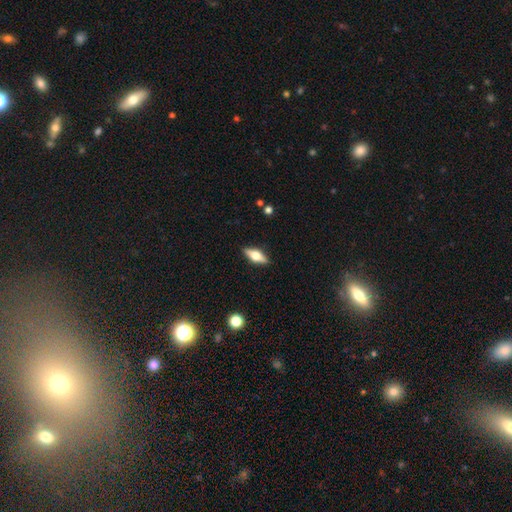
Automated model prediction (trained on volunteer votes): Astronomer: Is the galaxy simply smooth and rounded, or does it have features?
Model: featured or disk — 52% (runner-up: smooth, 41%).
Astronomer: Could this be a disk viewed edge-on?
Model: yes — 93%.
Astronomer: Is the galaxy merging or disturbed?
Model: none — 89%.